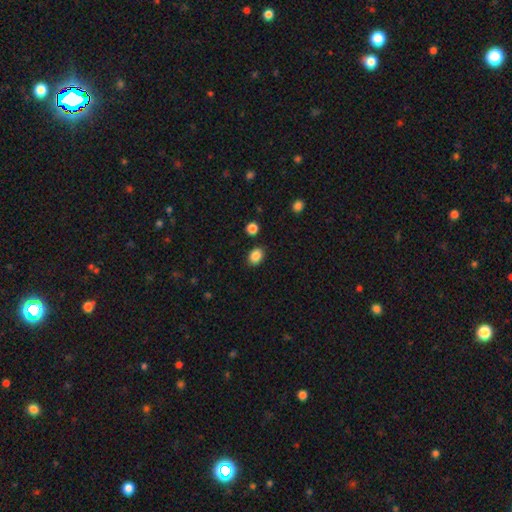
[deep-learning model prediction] Overall: smooth (87%). How rounded: in between (67%; round 32%). Merging: none (86%).